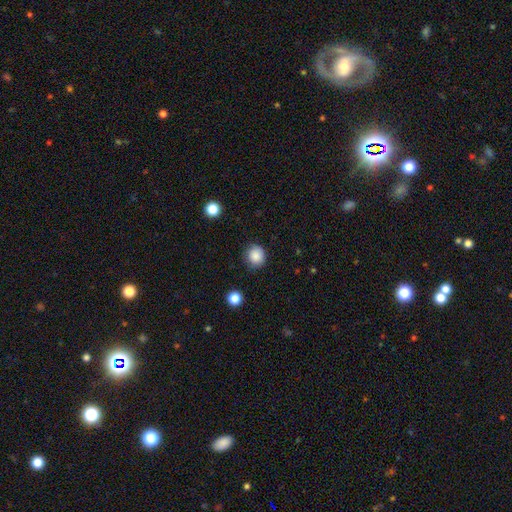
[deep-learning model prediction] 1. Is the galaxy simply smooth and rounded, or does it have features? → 87% smooth, 10% star or artifact, 3% featured or disk.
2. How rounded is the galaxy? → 82% round, 17% in between, 1% cigar-shaped.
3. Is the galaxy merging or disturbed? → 84% none, 11% minor disturbance, 3% major disturbance, 1% merger.